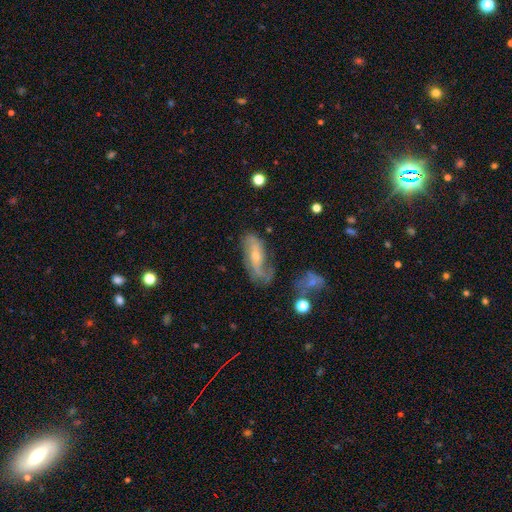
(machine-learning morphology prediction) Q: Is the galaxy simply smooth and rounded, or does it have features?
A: featured or disk — 74%.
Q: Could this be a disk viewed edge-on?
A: no — 88%.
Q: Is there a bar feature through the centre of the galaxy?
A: no — 49%.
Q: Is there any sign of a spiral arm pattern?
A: yes — 88%.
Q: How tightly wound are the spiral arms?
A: loose — 54%.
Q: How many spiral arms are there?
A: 2 — 72%.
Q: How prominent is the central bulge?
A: small — 59%.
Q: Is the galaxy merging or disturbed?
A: none — 51%.